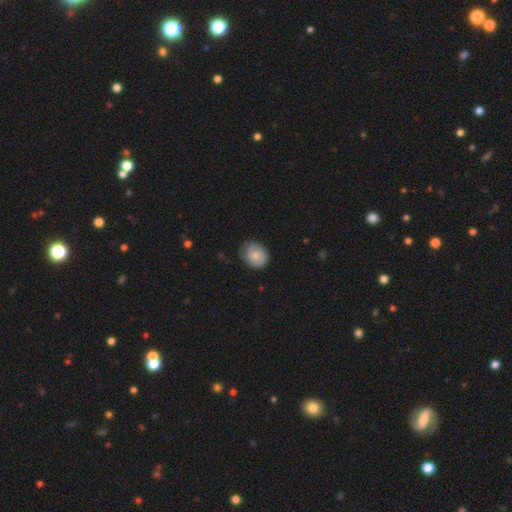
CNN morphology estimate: type=smooth (72%); roundness=round (55%); merging=none (65%).